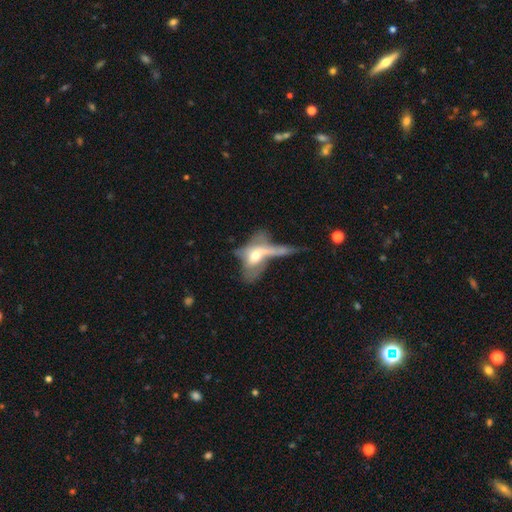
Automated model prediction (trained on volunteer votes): smooth-or-featured: featured or disk: 48% | smooth: 43% | star or artifact: 9%
  merging: major disturbance: 37% | merger: 36% | none: 15% | minor disturbance: 12%